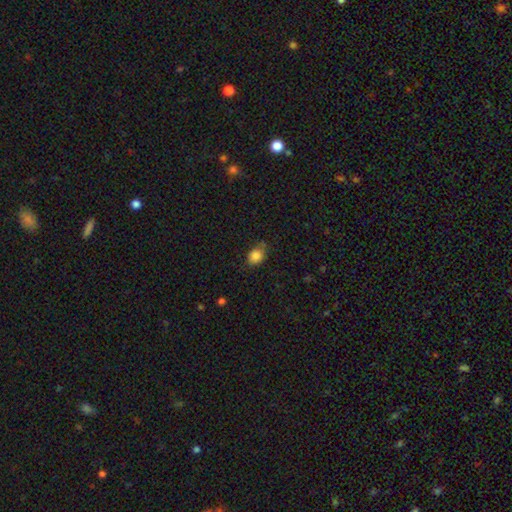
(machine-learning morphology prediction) smooth 84%, star or artifact 10%, featured or disk 7%. Down the decision tree: how rounded — in between (57%); merging — none (66%).